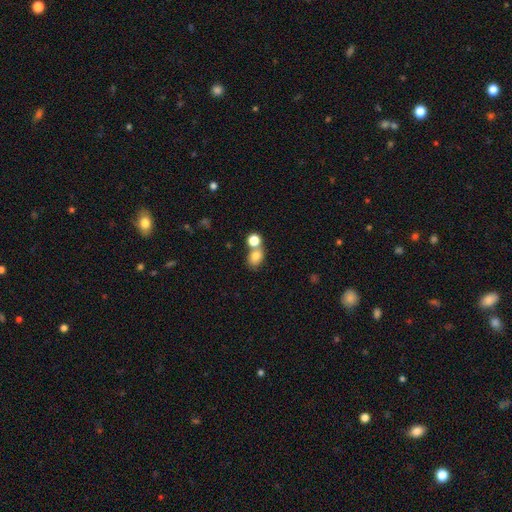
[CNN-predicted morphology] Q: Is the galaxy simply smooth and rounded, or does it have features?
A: smooth — 79%.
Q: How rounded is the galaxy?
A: in between — 55%.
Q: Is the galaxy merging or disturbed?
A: none — 45%.